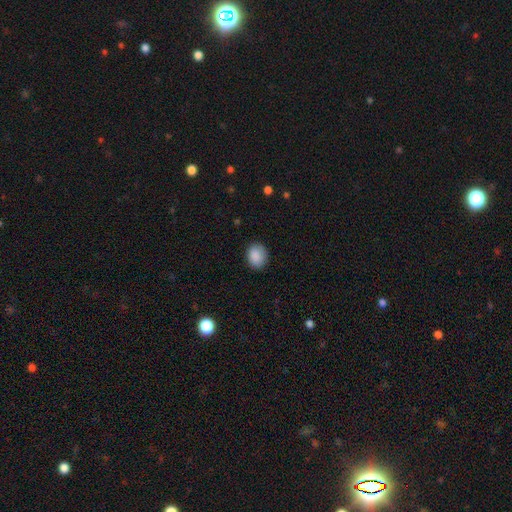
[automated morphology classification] Overall: smooth (88%). How rounded: round (50%; in between 49%). Merging: none (83%).